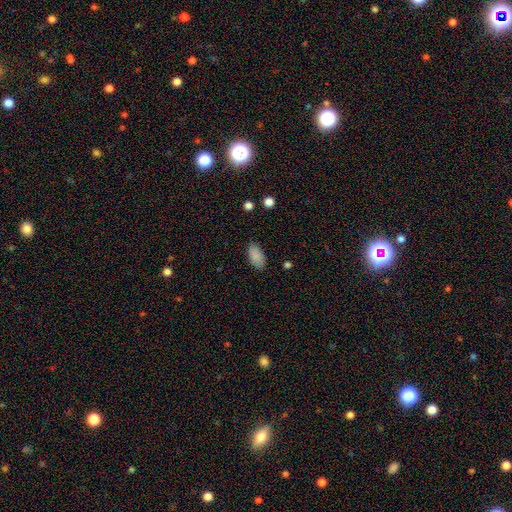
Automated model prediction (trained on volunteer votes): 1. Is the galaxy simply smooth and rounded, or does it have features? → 88% smooth, 7% star or artifact, 5% featured or disk.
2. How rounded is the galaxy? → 94% in between, 3% round, 3% cigar-shaped.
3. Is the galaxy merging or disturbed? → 86% none, 11% minor disturbance, 2% major disturbance, 1% merger.